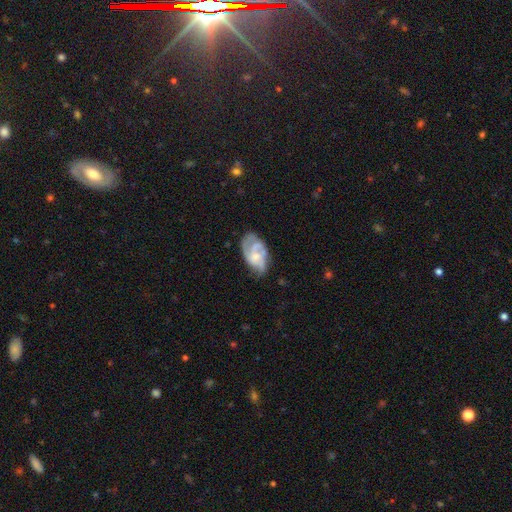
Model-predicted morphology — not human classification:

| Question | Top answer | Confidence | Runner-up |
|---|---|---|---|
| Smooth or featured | featured or disk | 75% | smooth (19%) |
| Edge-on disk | no | 97% | yes (3%) |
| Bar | no | 67% | weak (28%) |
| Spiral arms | yes | 91% | no (9%) |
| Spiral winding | medium | 46% | tight (37%) |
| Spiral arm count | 3 | 42% | 2 (24%) |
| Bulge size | small | 44% | moderate (39%) |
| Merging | none | 57% | minor disturbance (27%) |